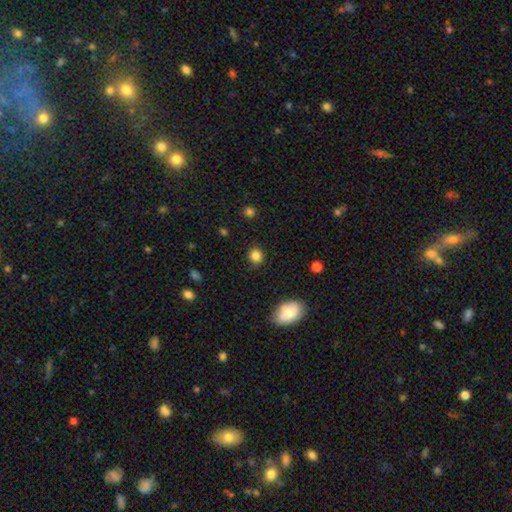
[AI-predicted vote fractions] This is clearly a smooth galaxy (85%). How rounded: clearly round (80%). Merging: clearly none (87%).